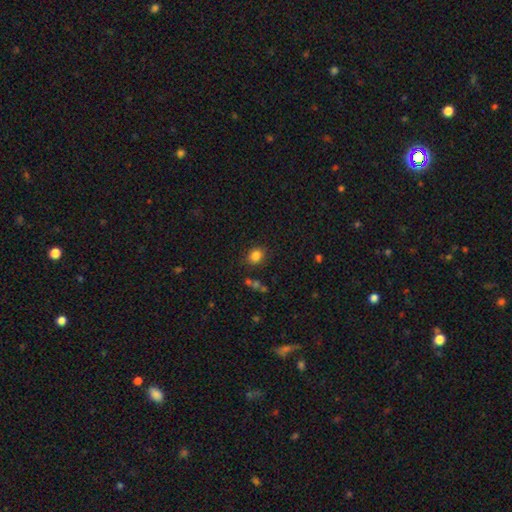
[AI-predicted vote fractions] Smooth or featured: smooth — 83% (star or artifact — 12%)
How rounded: round — 57% (in between — 42%)
Merging: none — 82% (minor disturbance — 11%)